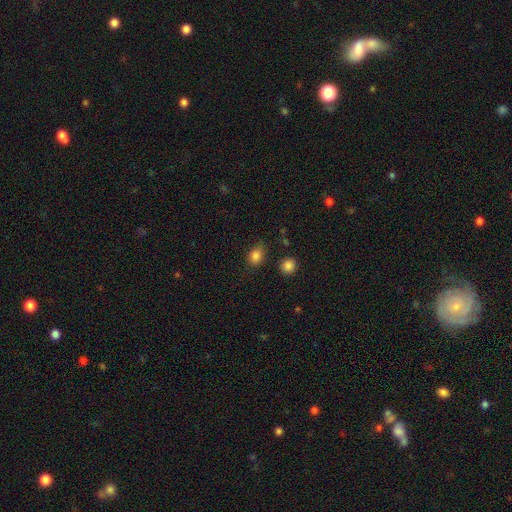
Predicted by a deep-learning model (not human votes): Q: Smooth or featured?
A: smooth (84%); runner-up: star or artifact (11%)
Q: How rounded?
A: in between (62%); runner-up: round (37%)
Q: Merging?
A: none (74%); runner-up: minor disturbance (18%)